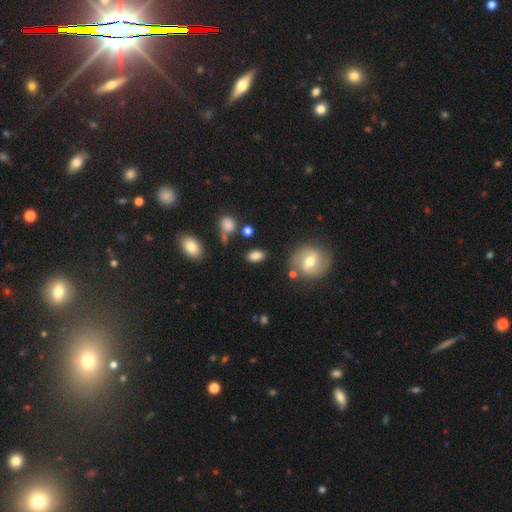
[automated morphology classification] Q: Smooth or featured?
A: smooth (80%); runner-up: featured or disk (10%)
Q: How rounded?
A: in between (88%); runner-up: round (9%)
Q: Merging?
A: none (77%); runner-up: minor disturbance (13%)